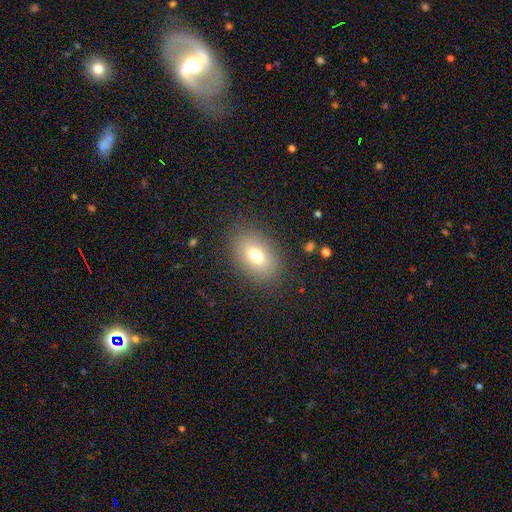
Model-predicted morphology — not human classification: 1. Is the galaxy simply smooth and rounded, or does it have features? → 72% smooth, 16% featured or disk, 12% star or artifact.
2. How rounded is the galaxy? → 81% in between, 18% round, 1% cigar-shaped.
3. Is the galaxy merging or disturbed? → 84% none, 10% minor disturbance, 5% major disturbance, 1% merger.